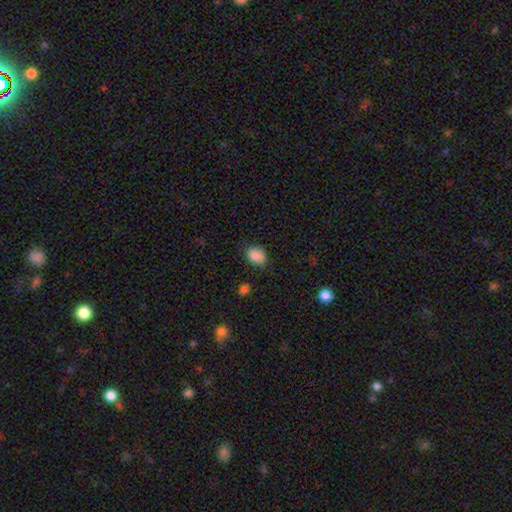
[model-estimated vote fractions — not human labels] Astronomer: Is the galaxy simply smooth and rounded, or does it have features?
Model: smooth — 86%.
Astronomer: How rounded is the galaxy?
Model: in between — 59% (runner-up: round, 40%).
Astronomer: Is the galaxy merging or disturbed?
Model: none — 71%.